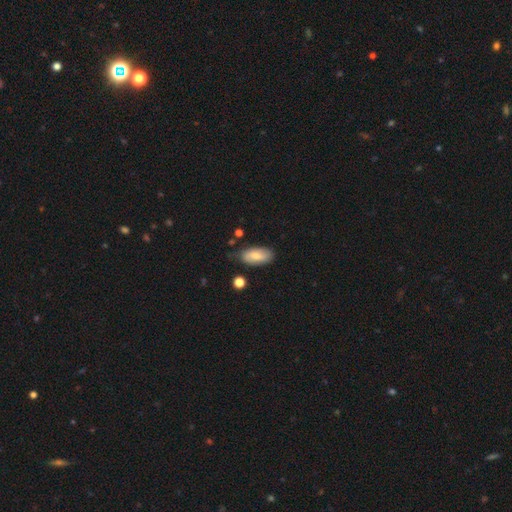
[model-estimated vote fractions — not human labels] Morphology: type=smooth (76%); roundness=in between (90%); merging=none (74%).